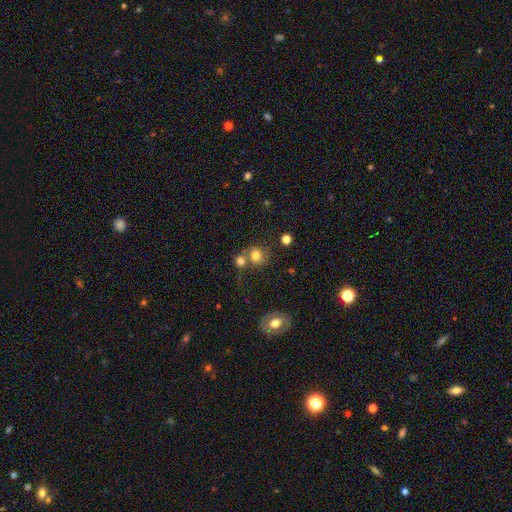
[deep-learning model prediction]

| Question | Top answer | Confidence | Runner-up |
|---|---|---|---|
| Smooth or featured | smooth | 71% | featured or disk (18%) |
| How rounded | round | 78% | in between (21%) |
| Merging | merger | 41% | tied: none (41%) |